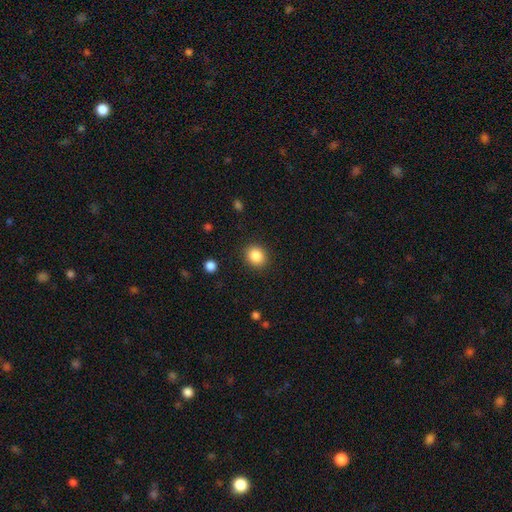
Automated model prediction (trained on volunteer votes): The model was most divided on "how rounded": round: 72%, in between: 27%, cigar-shaped: 1%. More confident: merging — none (89%); smooth or featured — smooth (86%).